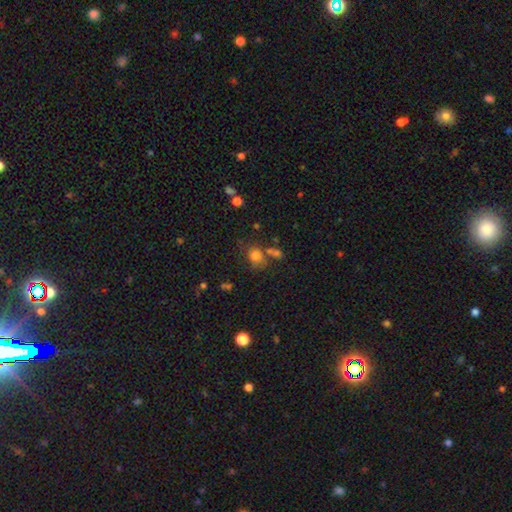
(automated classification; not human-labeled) Smooth or featured? Predicted: smooth (p=0.77). How rounded? Predicted: round (p=0.66). Merging? Predicted: none (p=0.58).